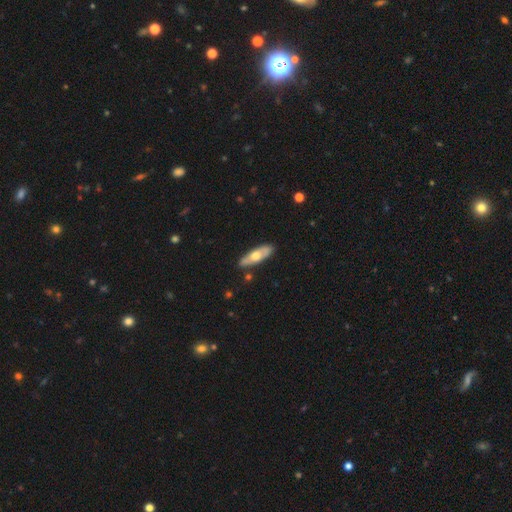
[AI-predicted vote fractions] smooth_or_featured: smooth (p=0.50) [alt: featured or disk p=0.45]
merging: none (p=0.85) [alt: minor disturbance p=0.11]